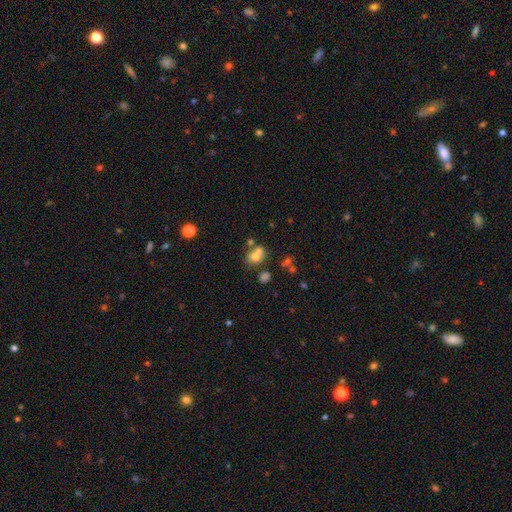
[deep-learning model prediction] smooth 70%, featured or disk 17%, star or artifact 13%. Down the decision tree: how rounded — round (51%); merging — none (42%).